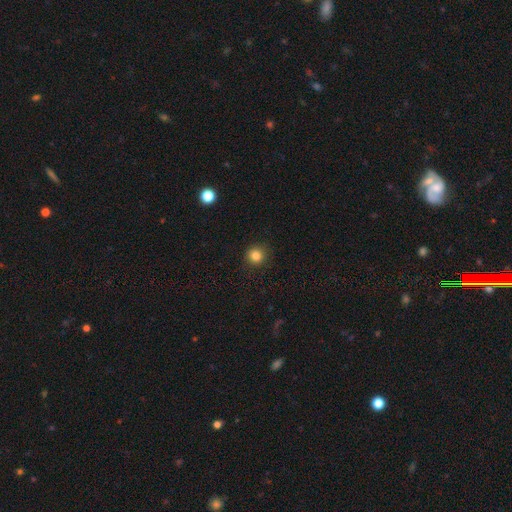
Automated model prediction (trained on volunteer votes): smooth 84%, star or artifact 12%, featured or disk 4%. Down the decision tree: how rounded — round (92%); merging — none (90%).